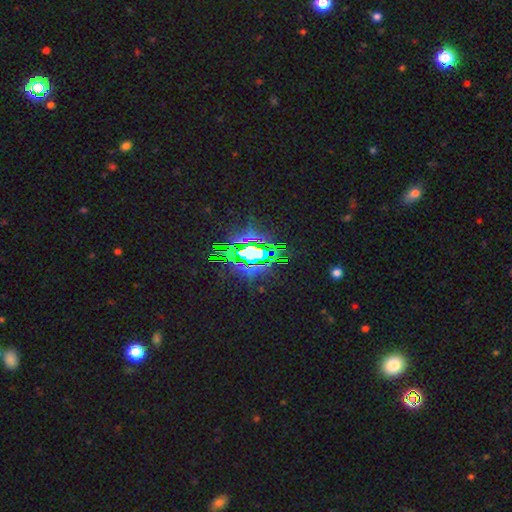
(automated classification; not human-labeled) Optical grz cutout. It shows a star or artifact, not a galaxy (78%).